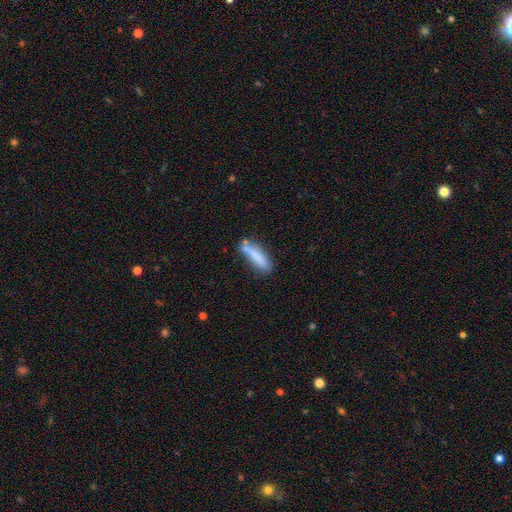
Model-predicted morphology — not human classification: Smooth or featured: smooth — 78% (featured or disk — 15%)
How rounded: cigar-shaped — 74% (in between — 24%)
Merging: none — 58% (minor disturbance — 24%)